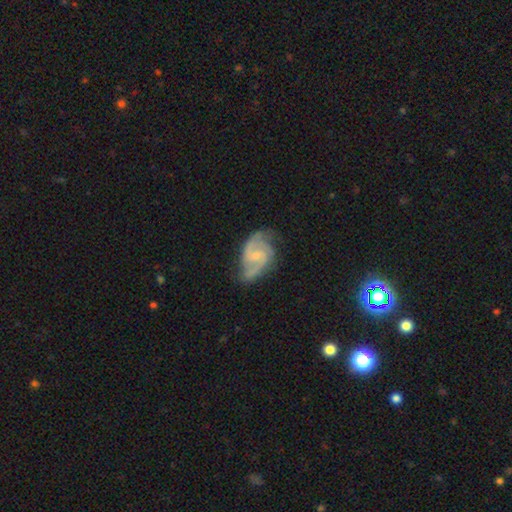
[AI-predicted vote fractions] Smooth or featured?
  - featured or disk: 88% *
  - smooth: 7%
  - star or artifact: 5%
Edge-on disk?
  - no: 98% *
  - yes: 2%
Bar?
  - weak: 49% *
  - no: 41%
  - strong: 10%
Spiral arms?
  - yes: 97% *
  - no: 3%
Spiral winding?
  - medium: 57% *
  - tight: 25%
  - loose: 18%
Spiral arm count?
  - 2: 85% *
  - 3: 6%
  - can't tell: 4%
  - 1: 2%
  - 4: 1%
  - more than 4: 1%
Bulge size?
  - small: 66% *
  - moderate: 25%
  - none: 7%
  - large: 1%
  - dominant: 1%
Merging?
  - none: 69% *
  - minor disturbance: 22%
  - major disturbance: 7%
  - merger: 2%